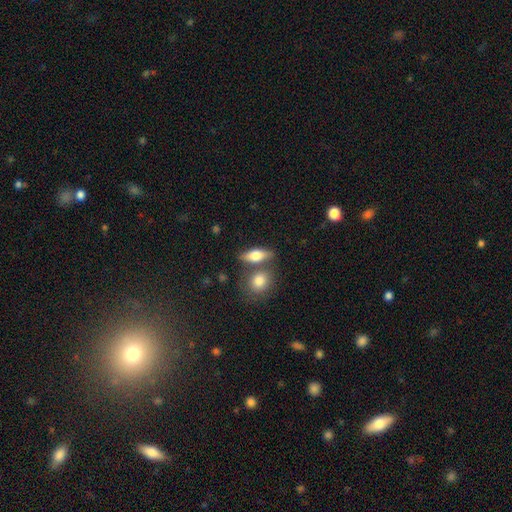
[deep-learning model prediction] A smooth galaxy with no disk features (73%) that is in between round and cigar-shaped (71%). Merging: none (61%).